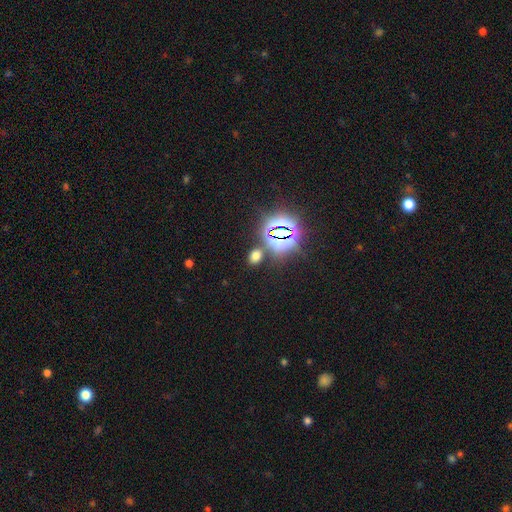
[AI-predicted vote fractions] Smooth or featured? Predicted: smooth (p=0.57). How rounded? Predicted: in between (p=0.70). Merging? Predicted: none (p=0.81).